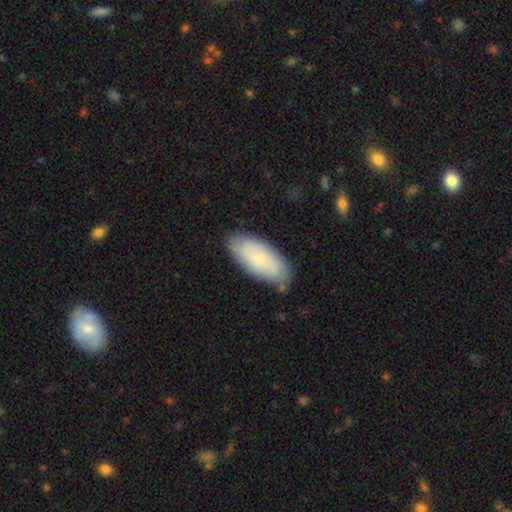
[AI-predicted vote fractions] Morphology: type=smooth (69%); roundness=in between (87%); merging=none (78%).